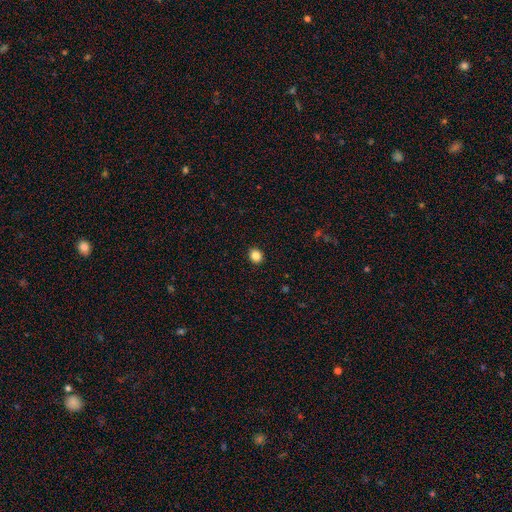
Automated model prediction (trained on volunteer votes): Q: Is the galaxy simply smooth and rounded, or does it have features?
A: smooth — 85%.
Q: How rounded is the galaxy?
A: round — 77%.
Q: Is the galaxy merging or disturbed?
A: none — 92%.